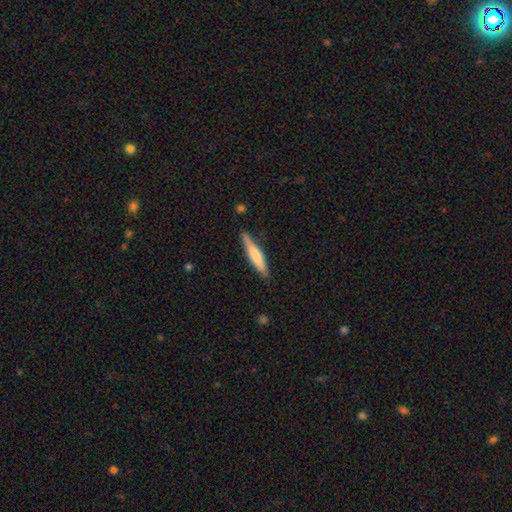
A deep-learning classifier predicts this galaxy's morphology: Overall: smooth (61%; featured or disk 33%). How rounded: cigar-shaped (89%). Merging: none (82%).